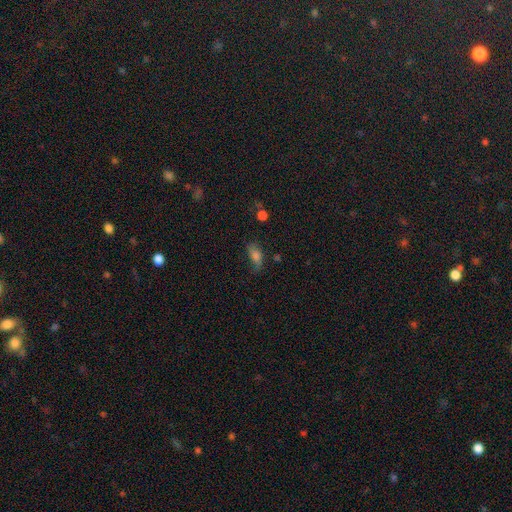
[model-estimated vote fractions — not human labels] Overall: smooth (68%). How rounded: in between (80%). Merging: none (50%; minor disturbance 30%).